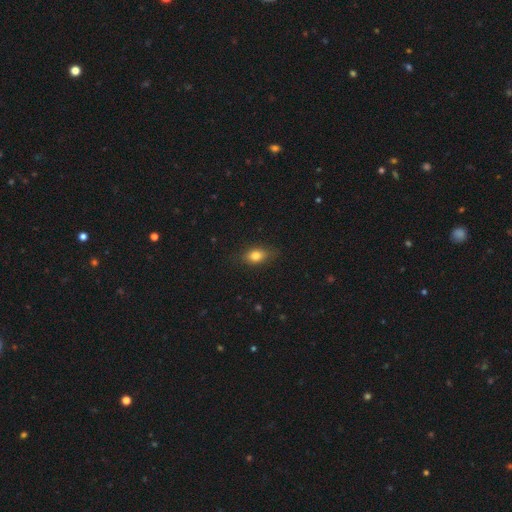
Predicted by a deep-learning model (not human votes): The model was most divided on "how rounded": in between: 77%, round: 19%, cigar-shaped: 5%. More confident: smooth or featured — smooth (80%); merging — none (80%).